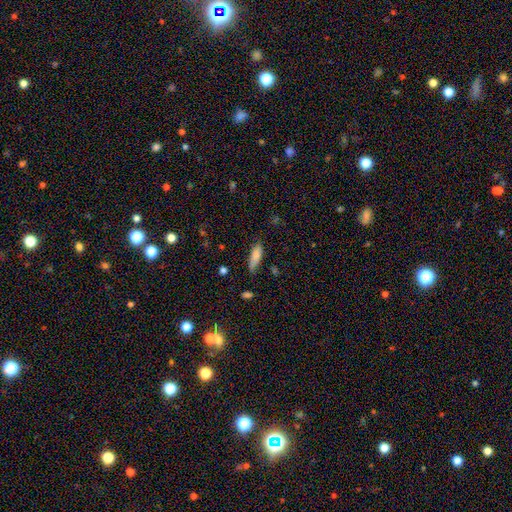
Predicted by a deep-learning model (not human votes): The model was most divided on "how rounded": in between: 59%, cigar-shaped: 39%, round: 2%. More confident: smooth or featured — smooth (83%); merging — none (63%).